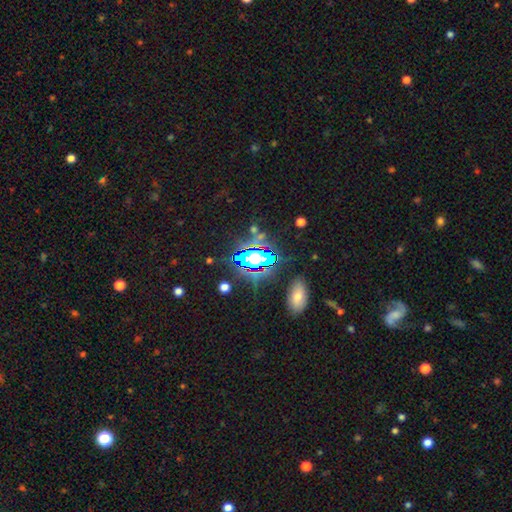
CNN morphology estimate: The model was most divided on "smooth or featured": star or artifact: 64%, smooth: 23%, featured or disk: 14%.